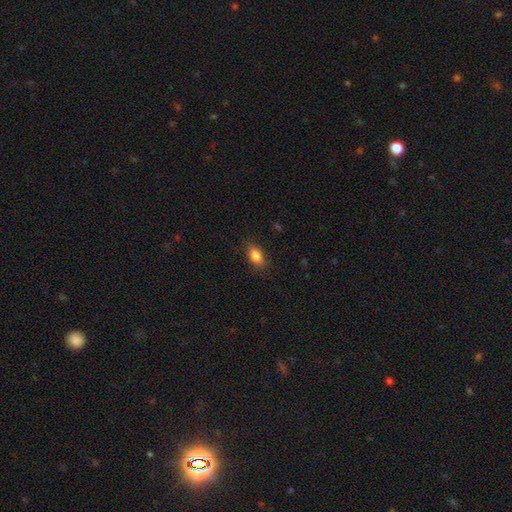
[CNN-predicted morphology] smooth_or_featured: smooth (p=0.86) [alt: star or artifact p=0.08]
how_rounded: in between (p=0.88) [alt: round p=0.09]
merging: none (p=0.85) [alt: minor disturbance p=0.11]